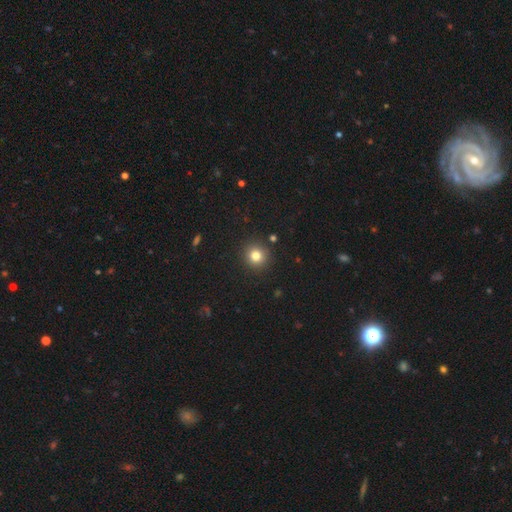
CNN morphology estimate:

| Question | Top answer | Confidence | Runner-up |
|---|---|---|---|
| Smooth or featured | smooth | 80% | star or artifact (13%) |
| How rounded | round | 93% | in between (6%) |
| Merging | none | 91% | minor disturbance (5%) |